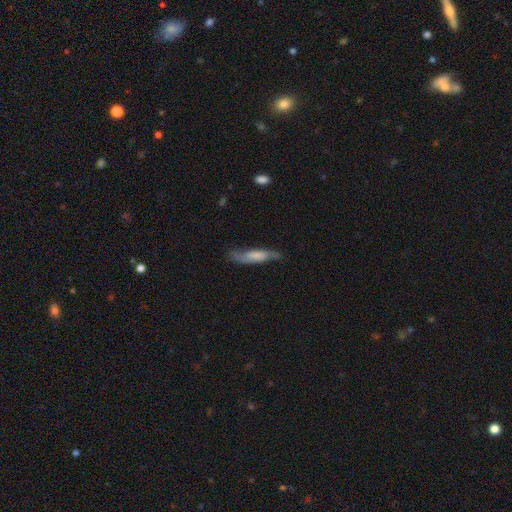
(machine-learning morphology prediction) smooth_or_featured: smooth (p=0.49) [alt: featured or disk p=0.45]
merging: none (p=0.68) [alt: minor disturbance p=0.22]